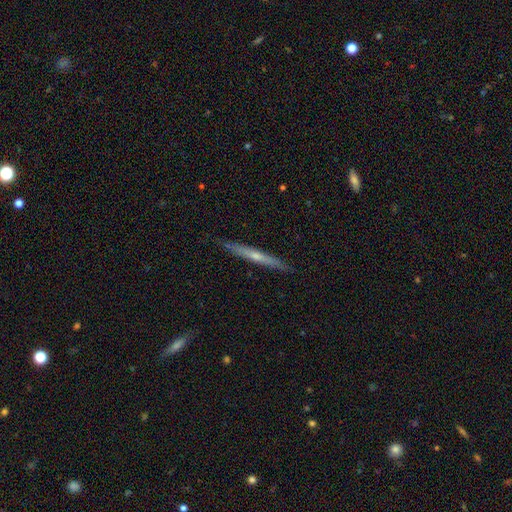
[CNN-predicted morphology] The model was most divided on "edge-on bulge": rounded: 56%, none: 40%, boxy: 3%. More confident: edge-on disk — yes (96%); merging — none (88%); smooth or featured — featured or disk (63%).